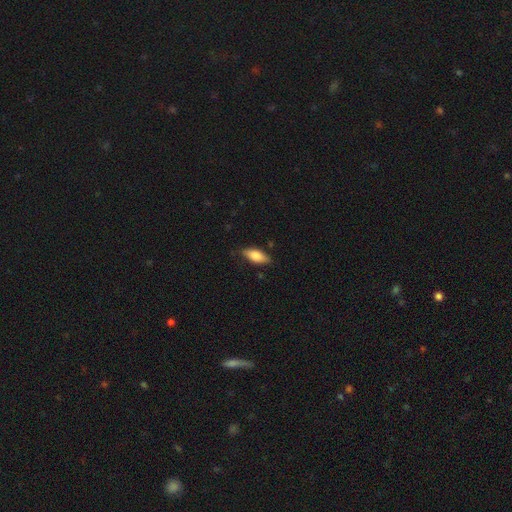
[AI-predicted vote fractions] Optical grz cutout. It shows a smooth galaxy with no disk features (79%) that is in between round and cigar-shaped (80%). Merging: none (78%).